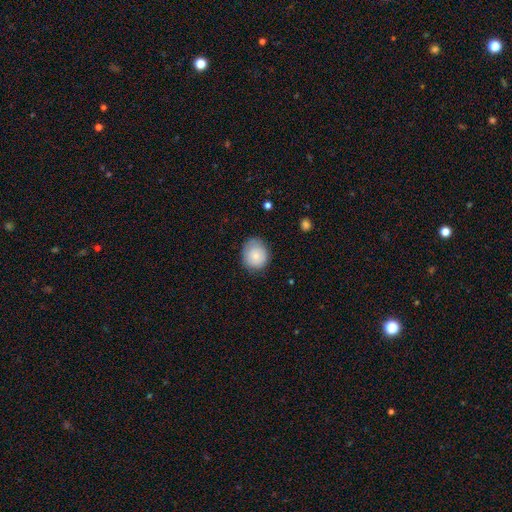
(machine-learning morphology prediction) smooth-or-featured: smooth: 81% | featured or disk: 12% | star or artifact: 8%
  how-rounded: round: 79% | in between: 20% | cigar-shaped: 1%
  merging: none: 74% | minor disturbance: 20% | major disturbance: 5% | merger: 1%